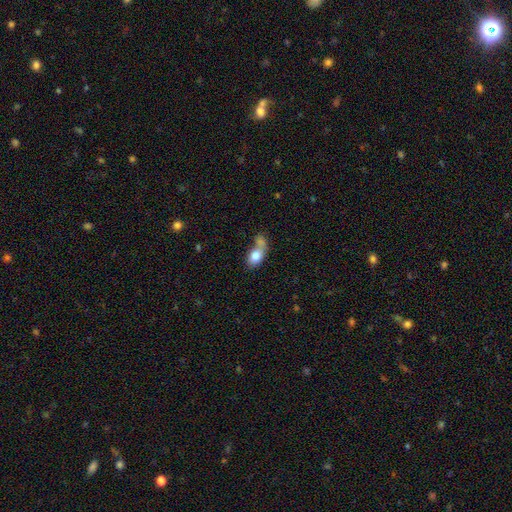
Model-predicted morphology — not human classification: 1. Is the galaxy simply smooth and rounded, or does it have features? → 78% smooth, 14% featured or disk, 8% star or artifact.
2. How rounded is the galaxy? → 76% in between, 21% round, 4% cigar-shaped.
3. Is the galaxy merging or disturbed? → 51% merger, 23% none, 13% minor disturbance, 12% major disturbance.